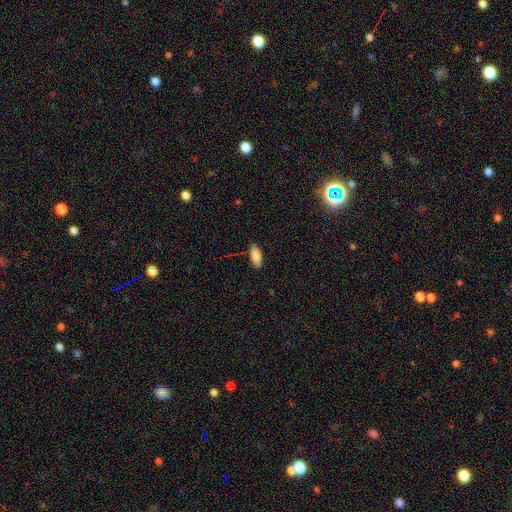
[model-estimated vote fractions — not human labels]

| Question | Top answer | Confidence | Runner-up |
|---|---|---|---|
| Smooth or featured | smooth | 87% | star or artifact (7%) |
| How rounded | in between | 86% | cigar-shaped (12%) |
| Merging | none | 86% | minor disturbance (11%) |